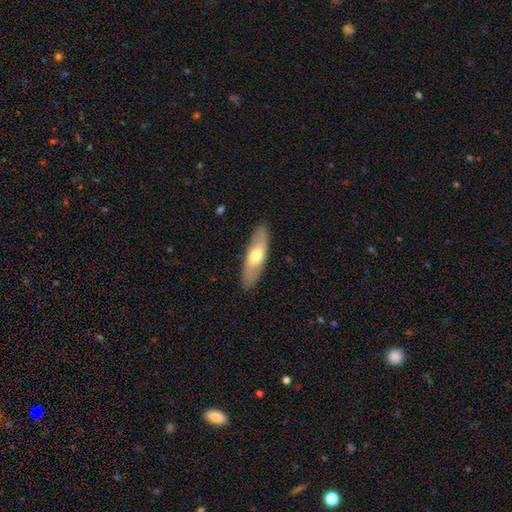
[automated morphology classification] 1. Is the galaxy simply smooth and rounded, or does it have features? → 54% smooth, 41% featured or disk, 5% star or artifact.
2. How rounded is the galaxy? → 51% in between, 47% cigar-shaped, 2% round.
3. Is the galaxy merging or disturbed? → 88% none, 9% minor disturbance, 2% major disturbance, 1% merger.